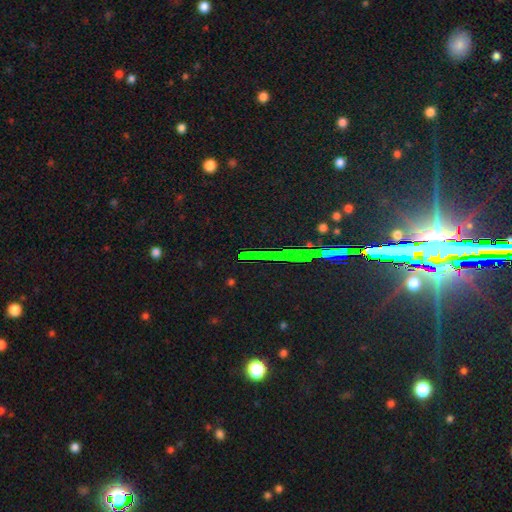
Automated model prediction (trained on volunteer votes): This is likely a star or artifact rather than a galaxy (80%).